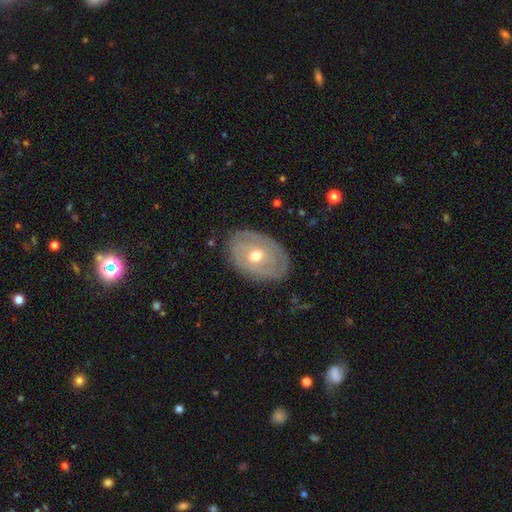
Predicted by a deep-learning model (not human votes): The model was most divided on "spiral arms": no: 56%, yes: 44%. More confident: edge-on disk — no (92%); merging — none (81%); bar — no (77%); bulge size — moderate (69%); smooth or featured — featured or disk (62%).